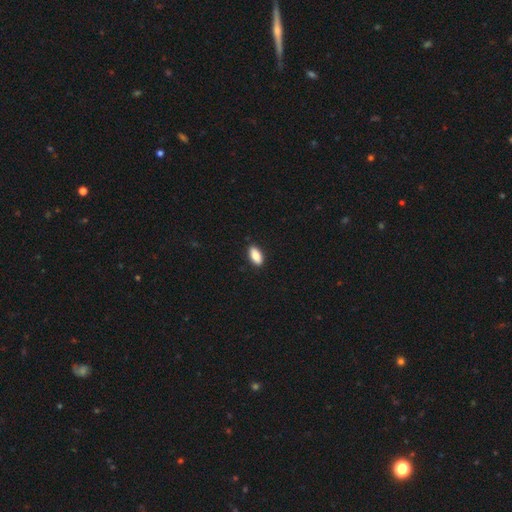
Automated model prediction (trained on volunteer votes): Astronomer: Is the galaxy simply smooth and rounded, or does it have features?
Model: smooth — 83%.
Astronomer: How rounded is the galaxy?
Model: in between — 87%.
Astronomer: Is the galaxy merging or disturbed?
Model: none — 89%.